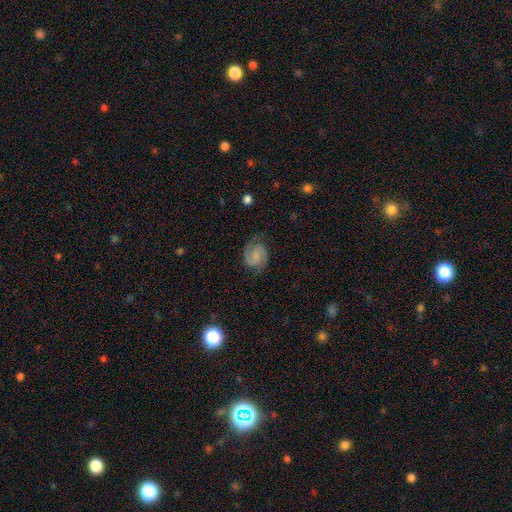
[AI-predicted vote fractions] This appears to be a featured or disk galaxy (81%) with a weak bar (48%), 2 (91%) medium (53%) spiral arms (97%) and a small central bulge (37%). Merging: none (77%).